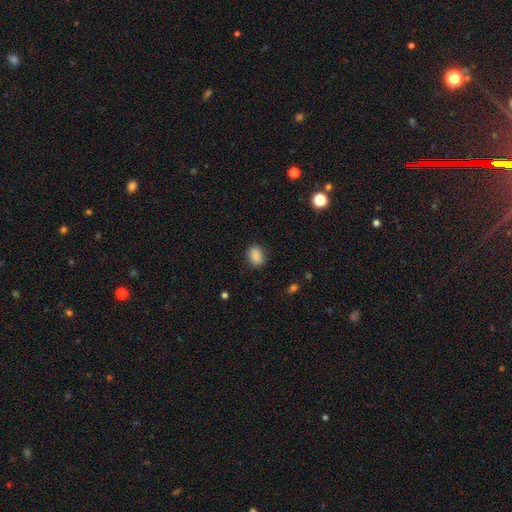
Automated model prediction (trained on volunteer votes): Smooth or featured? smooth (87%)
How rounded? in between (77%)
Merging? none (86%)